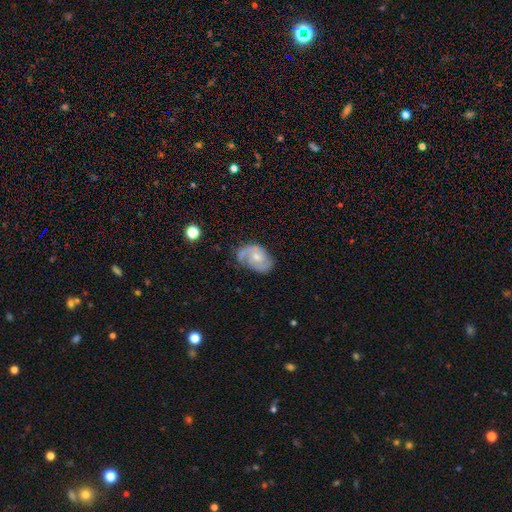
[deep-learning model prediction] Overall: featured or disk (73%). Edge-on disk: no (97%). Bar: no (68%; weak 28%). Spiral arms: yes (91%). Spiral arm count: 2 (66%). Spiral winding: medium (44%; tight 34%). Bulge size: small (48%; moderate 45%). Merging: none (58%; minor disturbance 26%).